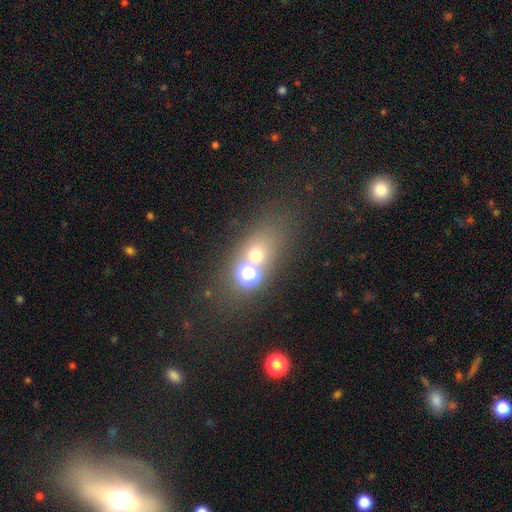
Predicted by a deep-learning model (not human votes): Smooth or featured?
  - smooth: 56% *
  - star or artifact: 29%
  - featured or disk: 15%
How rounded?
  - round: 57% *
  - in between: 41%
  - cigar-shaped: 2%
Merging?
  - none: 47% *
  - merger: 35%
  - minor disturbance: 10%
  - major disturbance: 8%